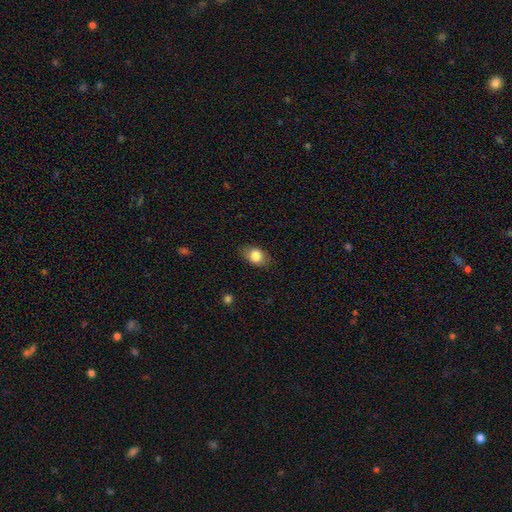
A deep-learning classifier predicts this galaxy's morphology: Smooth or featured?
  - smooth: 81% *
  - featured or disk: 11%
  - star or artifact: 8%
How rounded?
  - in between: 80% *
  - round: 19%
  - cigar-shaped: 2%
Merging?
  - none: 82% *
  - minor disturbance: 14%
  - major disturbance: 3%
  - merger: 1%